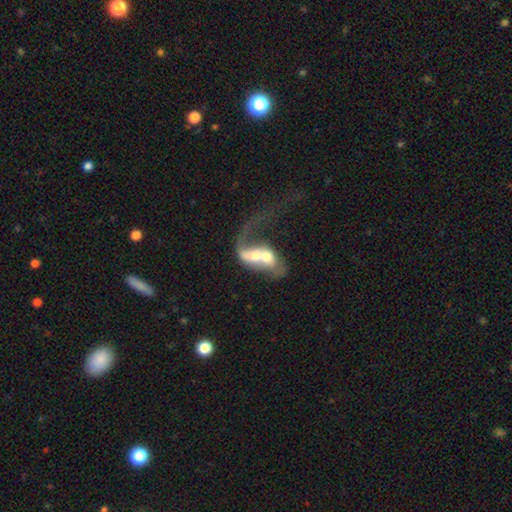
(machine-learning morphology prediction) Smooth or featured?
  - featured or disk: 56% *
  - smooth: 36%
  - star or artifact: 8%
Edge-on disk?
  - no: 94% *
  - yes: 6%
Bar?
  - no: 68% *
  - weak: 23%
  - strong: 10%
Spiral arms?
  - yes: 52% *
  - no: 48%
Bulge size?
  - moderate: 46% *
  - large: 28%
  - small: 13%
  - none: 7%
  - dominant: 5%
Merging?
  - merger: 74% *
  - major disturbance: 16%
  - none: 7%
  - minor disturbance: 4%